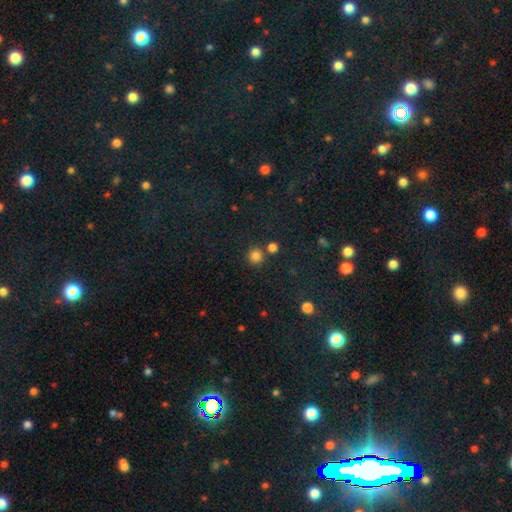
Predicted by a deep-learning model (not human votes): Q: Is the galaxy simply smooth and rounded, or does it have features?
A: smooth — 81%.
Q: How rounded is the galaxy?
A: round — 91%.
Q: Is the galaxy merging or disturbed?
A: none — 75%.